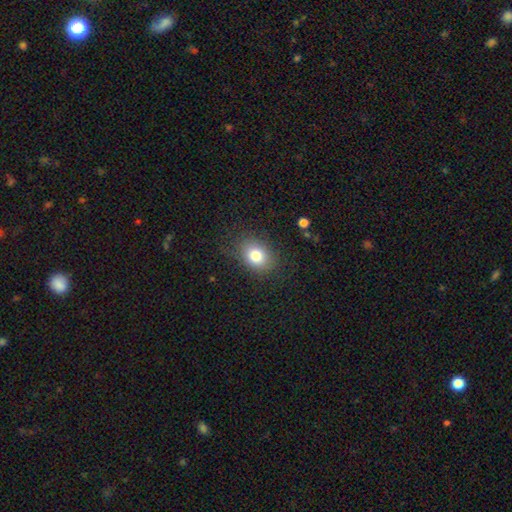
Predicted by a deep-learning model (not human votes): Overall: smooth (79%). How rounded: in between (61%; round 38%). Merging: none (81%).